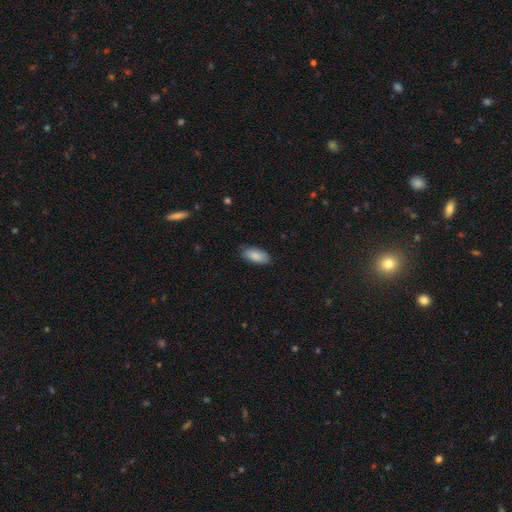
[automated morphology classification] smooth_or_featured: smooth (p=0.87) [alt: featured or disk p=0.07]
how_rounded: in between (p=0.91) [alt: cigar-shaped p=0.07]
merging: none (p=0.80) [alt: minor disturbance p=0.17]